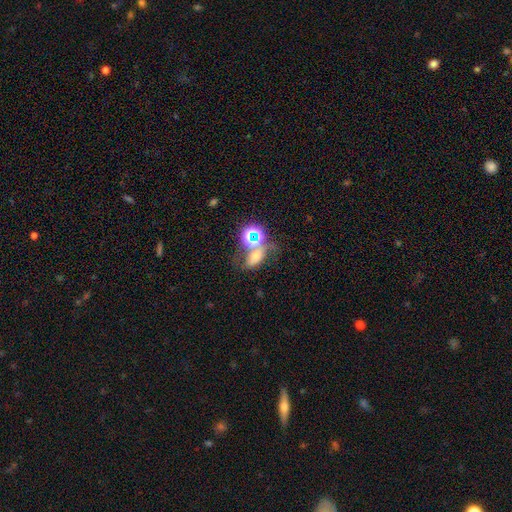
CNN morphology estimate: Overall: smooth (47%; star or artifact 30%). Merging: none (37%; merger 34%).